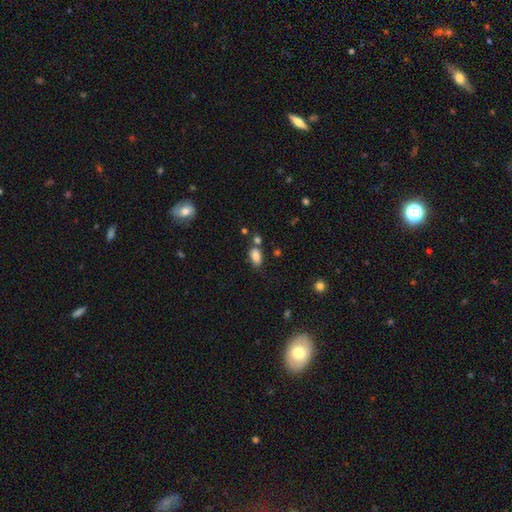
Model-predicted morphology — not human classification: smooth-or-featured: smooth: 83% | star or artifact: 9% | featured or disk: 7%
  how-rounded: in between: 90% | round: 7% | cigar-shaped: 4%
  merging: none: 62% | minor disturbance: 19% | merger: 15% | major disturbance: 5%